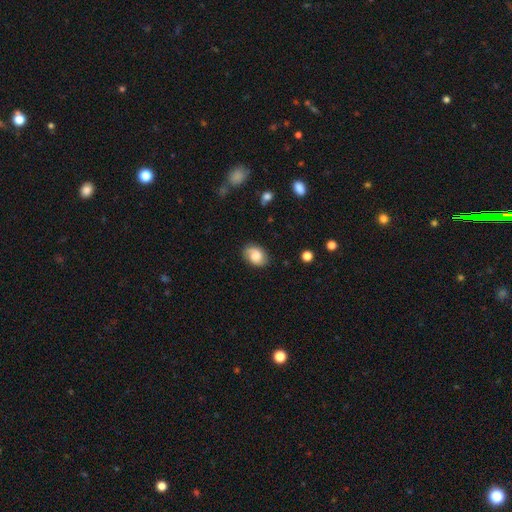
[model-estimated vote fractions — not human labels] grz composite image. It shows a smooth galaxy with no disk features (56%) that is in between round and cigar-shaped (74%). Merging: none (77%).